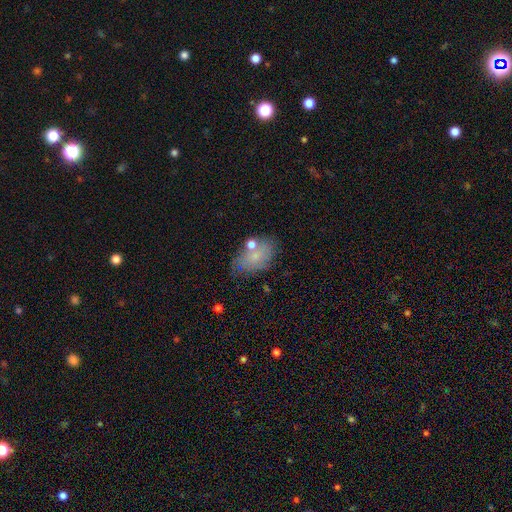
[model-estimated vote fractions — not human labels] Smooth or featured: smooth — 68% (featured or disk — 22%)
How rounded: in between — 89% (round — 9%)
Merging: none — 60% (minor disturbance — 22%)